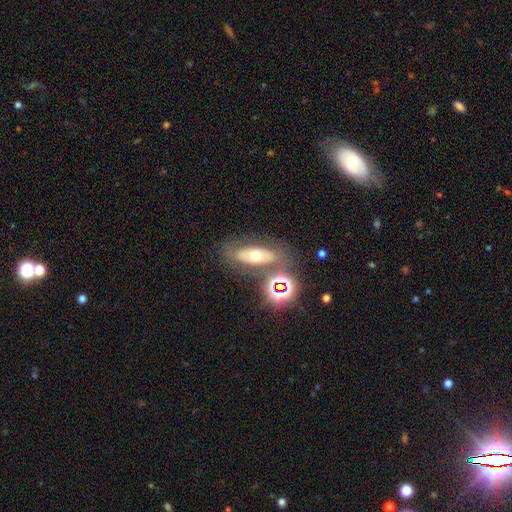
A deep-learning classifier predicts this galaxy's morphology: This is marginally a smooth galaxy (42%). Merging: likely none (66%).